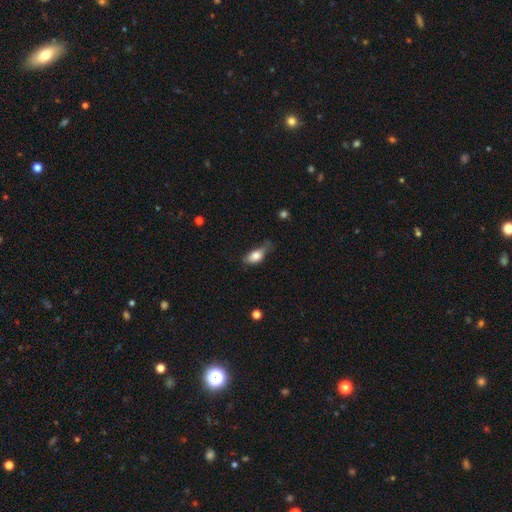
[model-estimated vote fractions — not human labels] This is likely a smooth galaxy (79%). How rounded: clearly in between (86%). Merging: marginally minor disturbance (40%).